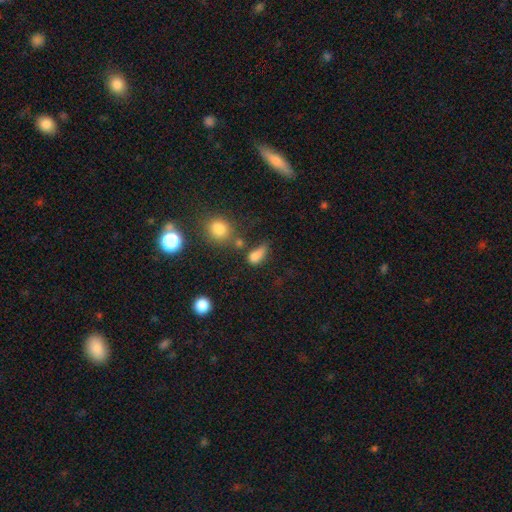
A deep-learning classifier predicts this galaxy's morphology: Overall: smooth (75%). How rounded: in between (68%). Merging: none (37%; minor disturbance 25%).